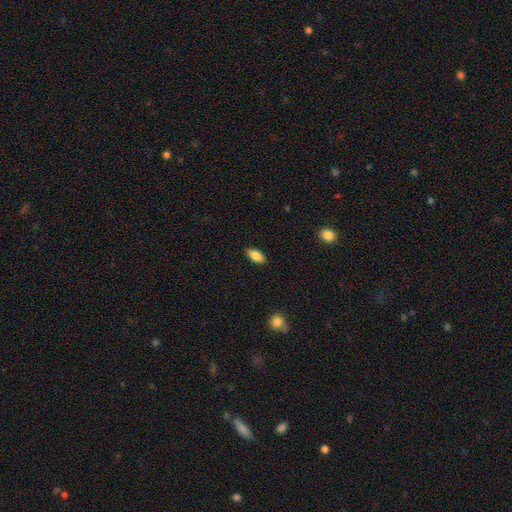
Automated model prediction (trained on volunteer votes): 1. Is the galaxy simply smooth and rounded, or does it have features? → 86% smooth, 7% star or artifact, 7% featured or disk.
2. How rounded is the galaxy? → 90% in between, 7% cigar-shaped, 3% round.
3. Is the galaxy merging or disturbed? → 87% none, 9% minor disturbance, 2% major disturbance, 1% merger.